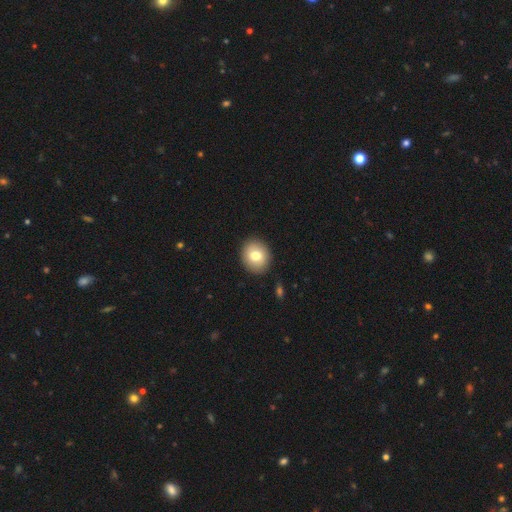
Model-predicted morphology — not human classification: smooth-or-featured: smooth: 78% | featured or disk: 14% | star or artifact: 8%
  how-rounded: round: 71% | in between: 28% | cigar-shaped: 1%
  merging: none: 90% | minor disturbance: 7% | major disturbance: 2% | merger: 1%